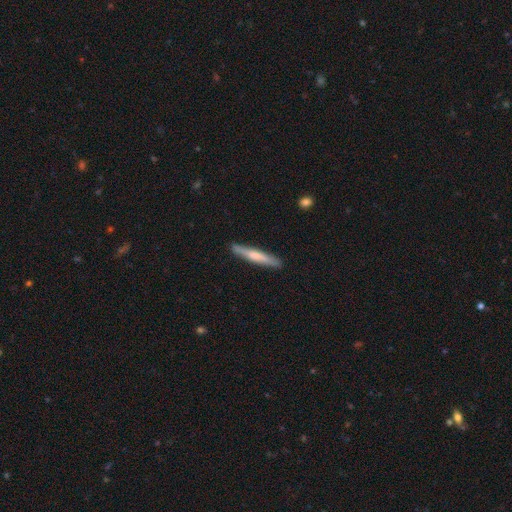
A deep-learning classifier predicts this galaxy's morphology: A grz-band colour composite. It shows a smooth galaxy with no disk features (56%) that is cigar-shaped (94%). Merging: none (89%).